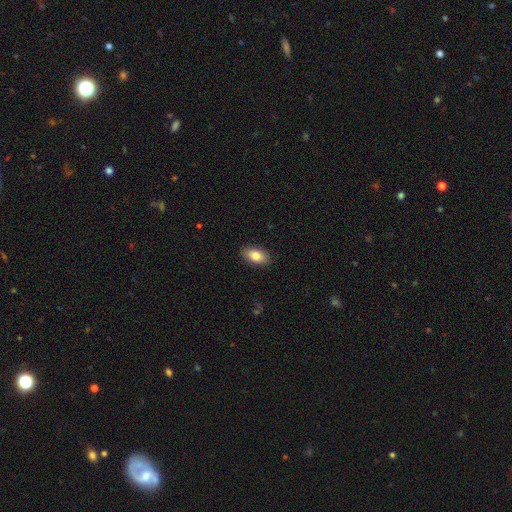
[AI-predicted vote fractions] Q: Smooth or featured?
A: smooth (82%); runner-up: featured or disk (11%)
Q: How rounded?
A: in between (91%); runner-up: round (5%)
Q: Merging?
A: none (89%); runner-up: minor disturbance (8%)